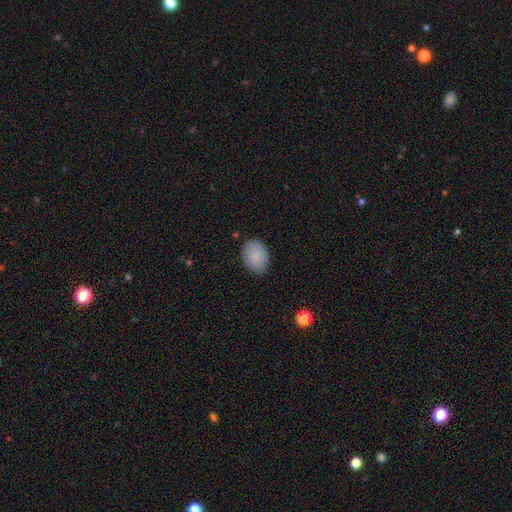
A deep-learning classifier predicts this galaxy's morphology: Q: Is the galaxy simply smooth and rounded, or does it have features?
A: smooth — 86%.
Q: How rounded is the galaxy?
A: in between — 76%.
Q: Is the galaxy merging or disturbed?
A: none — 84%.